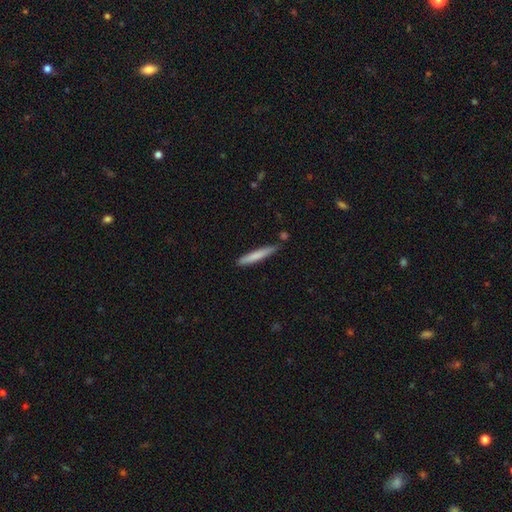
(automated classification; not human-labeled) This is likely a smooth galaxy (75%). How rounded: clearly cigar-shaped (94%). Merging: likely none (79%).